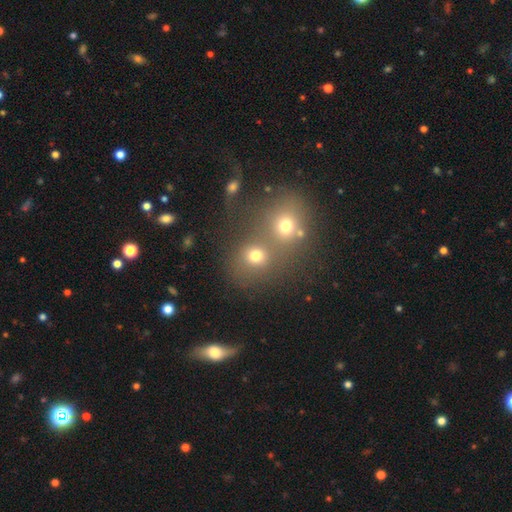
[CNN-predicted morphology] The model was most divided on "merging": merger: 51%, none: 37%, minor disturbance: 7%, major disturbance: 5%. More confident: how rounded — round (77%); smooth or featured — smooth (71%).